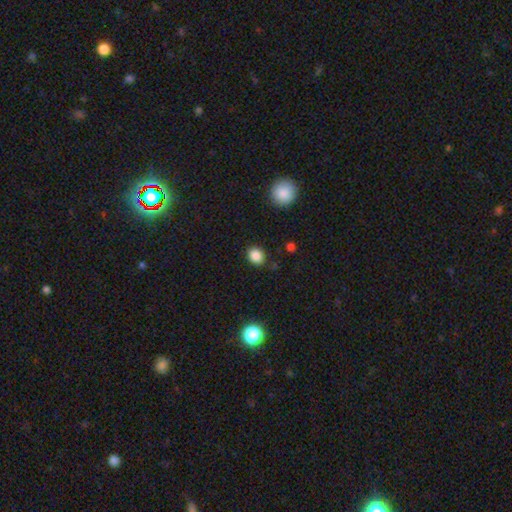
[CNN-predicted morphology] This appears to be a smooth galaxy with no disk features (85%) that is round (61%). Merging: none (85%).